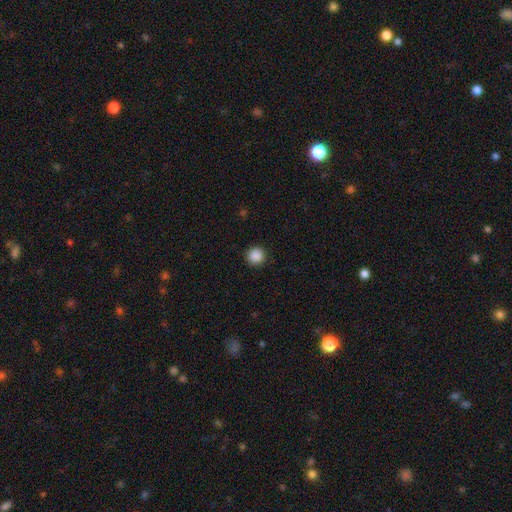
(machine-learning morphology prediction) This is clearly a smooth galaxy (88%). How rounded: clearly round (94%). Merging: clearly none (92%).